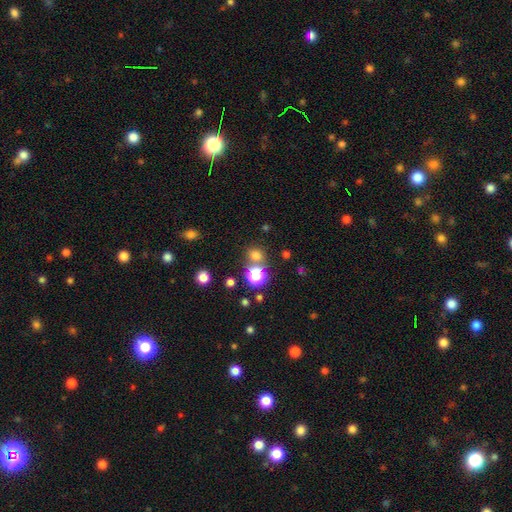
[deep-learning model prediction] A smooth galaxy with no disk features (68%) that is round (76%).

Vote fractions:
- Smooth or featured? smooth: 68% / star or artifact: 26% / featured or disk: 6%
- How rounded? round: 76% / in between: 22% / cigar-shaped: 1%
- Merging? none: 69% / merger: 18% / minor disturbance: 9% / major disturbance: 4%